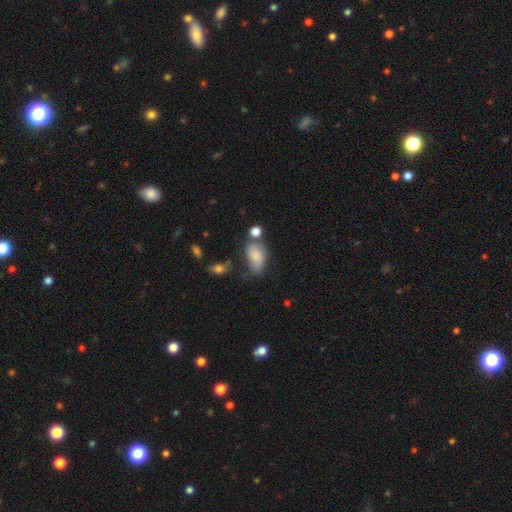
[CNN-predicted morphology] type=smooth (68%); roundness=in between (88%); merging=none (42%).